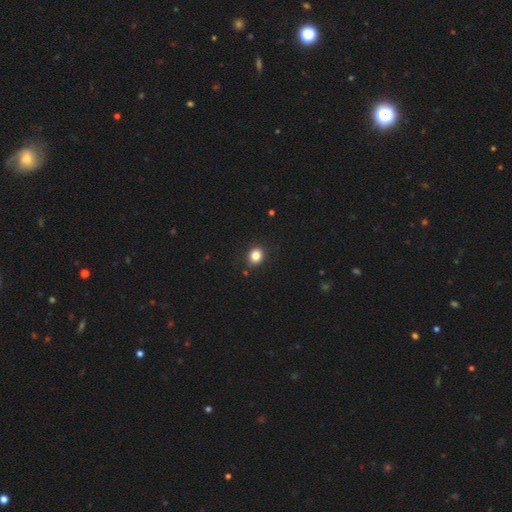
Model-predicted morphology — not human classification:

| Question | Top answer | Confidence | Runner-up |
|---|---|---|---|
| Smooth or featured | smooth | 84% | star or artifact (11%) |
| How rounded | round | 64% | in between (35%) |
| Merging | none | 88% | minor disturbance (9%) |